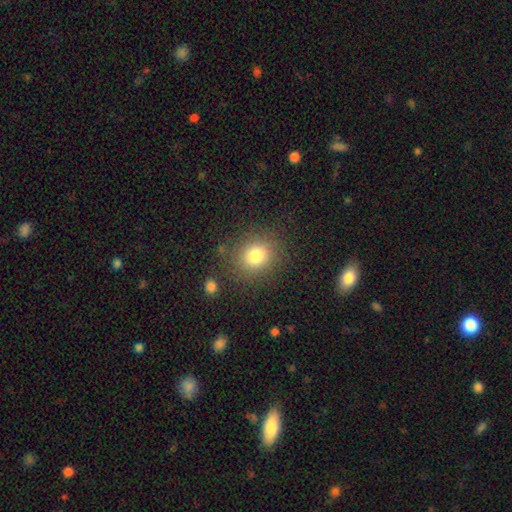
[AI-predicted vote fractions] A smooth galaxy with no disk features (80%) that is round (75%). Merging: none (84%).